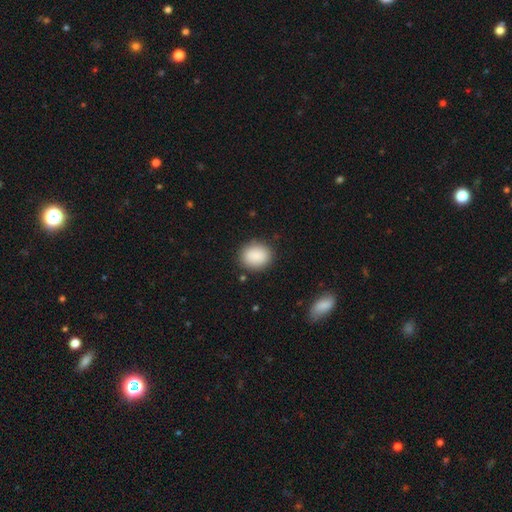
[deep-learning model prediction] Overall: smooth (88%). How rounded: round (63%; in between 36%). Merging: none (85%).